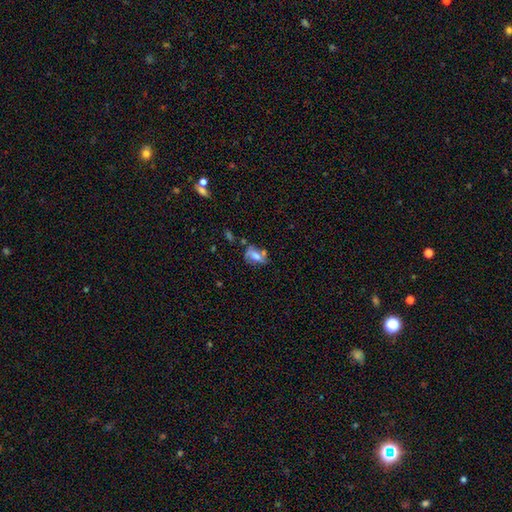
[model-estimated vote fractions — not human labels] A smooth galaxy with no disk features (52%) that is in between round and cigar-shaped (82%). Merging: none (41%).